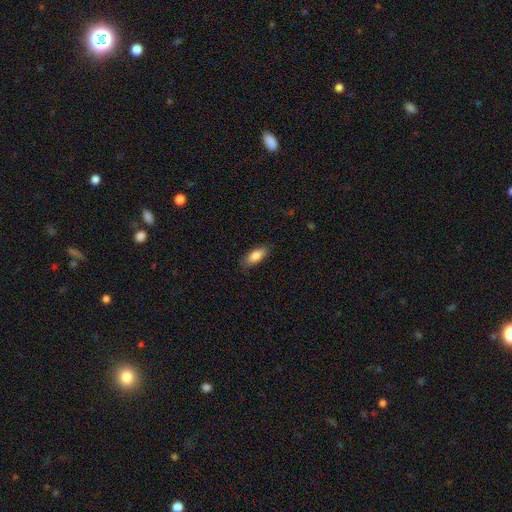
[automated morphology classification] Smooth or featured? Predicted: smooth (p=0.84). How rounded? Predicted: in between (p=0.79). Merging? Predicted: none (p=0.84).